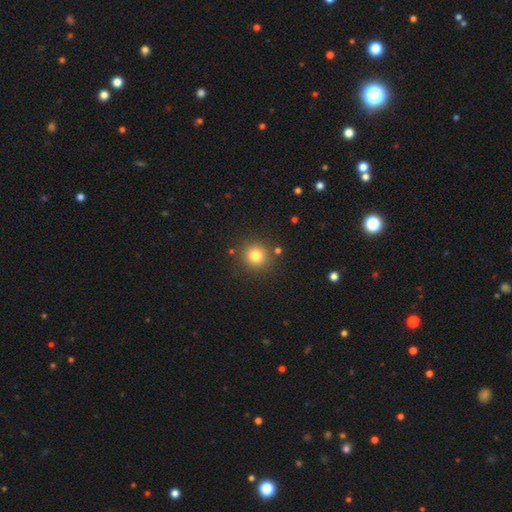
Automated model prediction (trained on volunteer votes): smooth 78%, star or artifact 14%, featured or disk 8%. Down the decision tree: how rounded — round (92%); merging — none (86%).